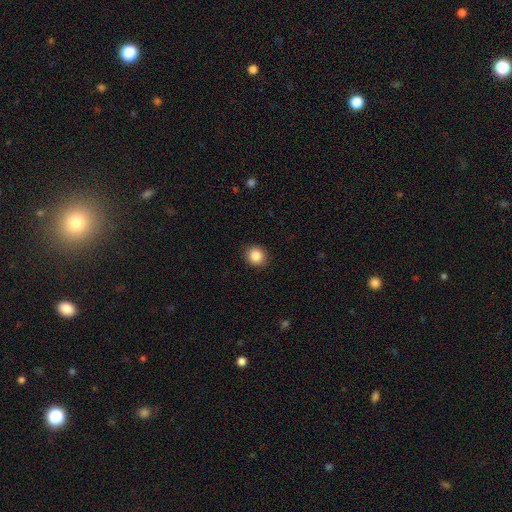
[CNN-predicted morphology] smooth_or_featured: smooth (p=0.86) [alt: star or artifact p=0.09]
how_rounded: round (p=0.81) [alt: in between p=0.19]
merging: none (p=0.90) [alt: minor disturbance p=0.07]